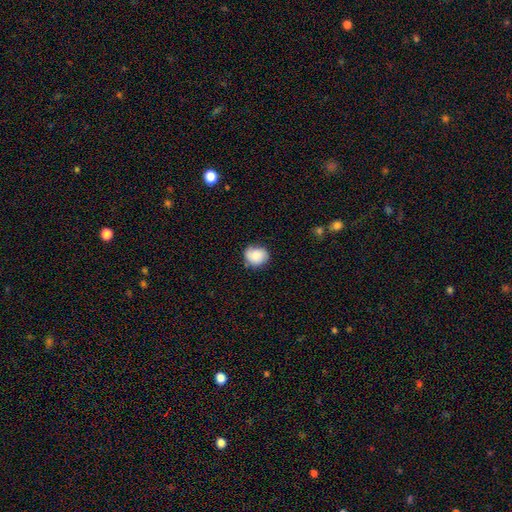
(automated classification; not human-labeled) smooth-or-featured: smooth: 80% | featured or disk: 12% | star or artifact: 8%
  how-rounded: round: 67% | in between: 32% | cigar-shaped: 1%
  merging: none: 70% | minor disturbance: 23% | major disturbance: 4% | merger: 2%